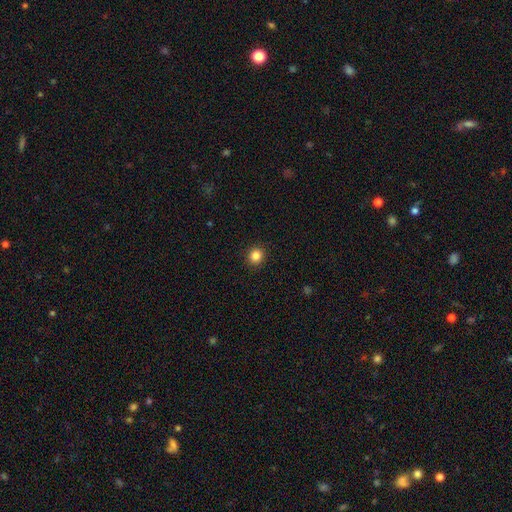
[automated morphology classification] type=smooth (85%); roundness=round (88%); merging=none (92%).